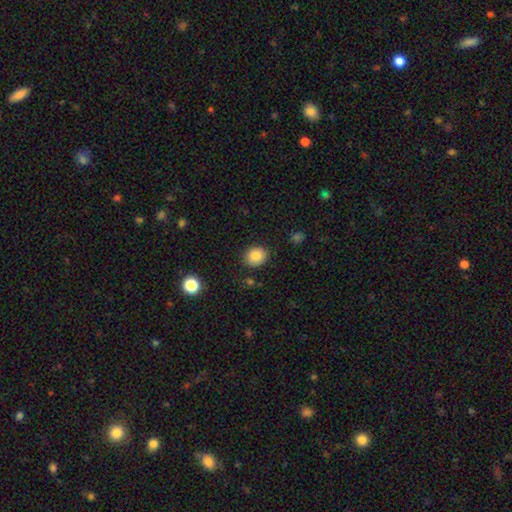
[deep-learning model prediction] The model was most divided on "how rounded": round: 62%, in between: 37%, cigar-shaped: 1%. More confident: smooth or featured — smooth (85%); merging — none (85%).